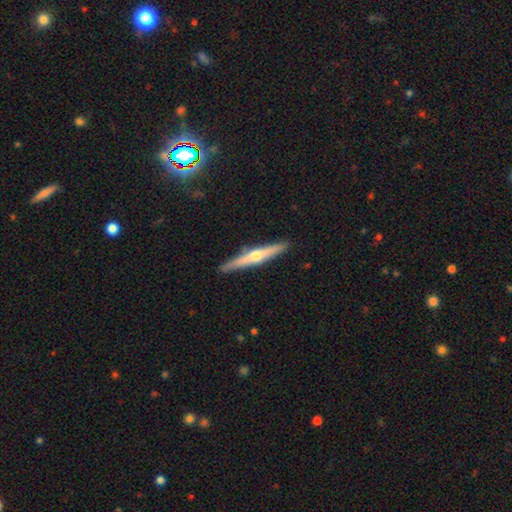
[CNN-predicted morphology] type=featured or disk (65%); edge-on=yes (97%); edge-on bulge=rounded (87%); merging=none (90%).